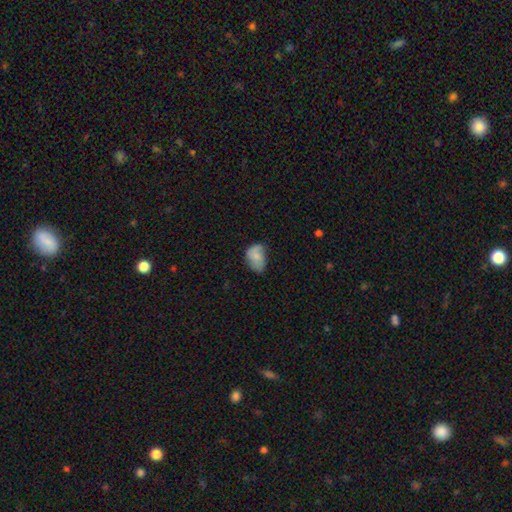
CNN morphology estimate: This is likely a smooth galaxy (68%). How rounded: likely in between (77%). Merging: marginally none (43%).